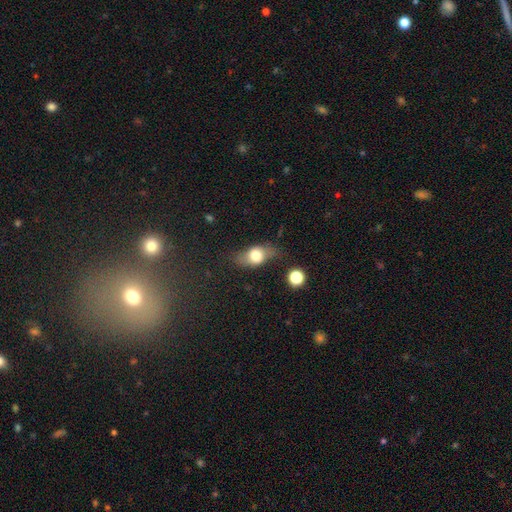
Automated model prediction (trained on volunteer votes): Smooth or featured? Predicted: smooth (p=0.61). How rounded? Predicted: in between (p=0.71). Merging? Predicted: none (p=0.61).